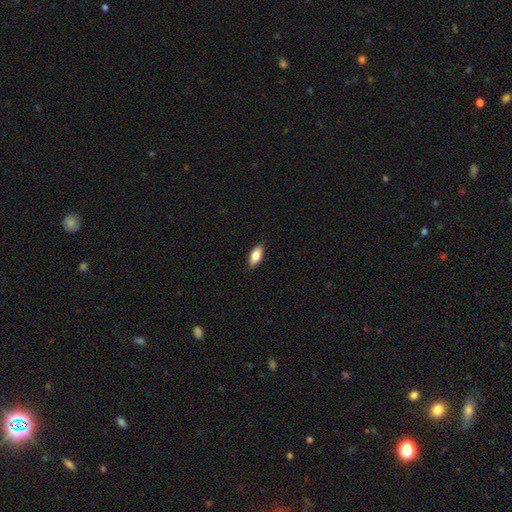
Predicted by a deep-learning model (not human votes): A smooth galaxy with no disk features (81%) that is in between round and cigar-shaped (87%).

Vote fractions:
- Smooth or featured? smooth: 81% / featured or disk: 12% / star or artifact: 6%
- How rounded? in between: 87% / cigar-shaped: 10% / round: 3%
- Merging? none: 87% / minor disturbance: 10% / major disturbance: 2% / merger: 1%